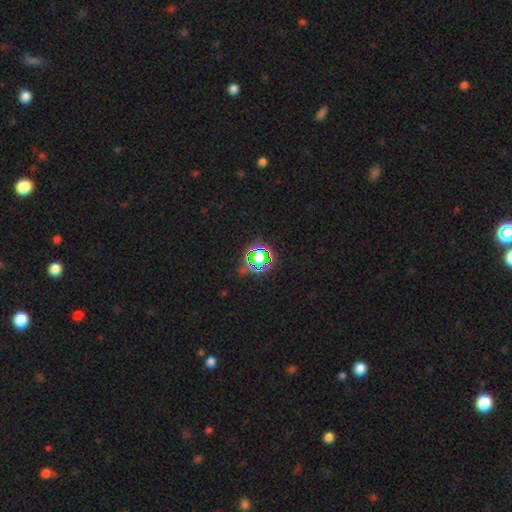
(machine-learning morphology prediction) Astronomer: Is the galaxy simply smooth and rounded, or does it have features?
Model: star or artifact — 56% (runner-up: smooth, 34%).